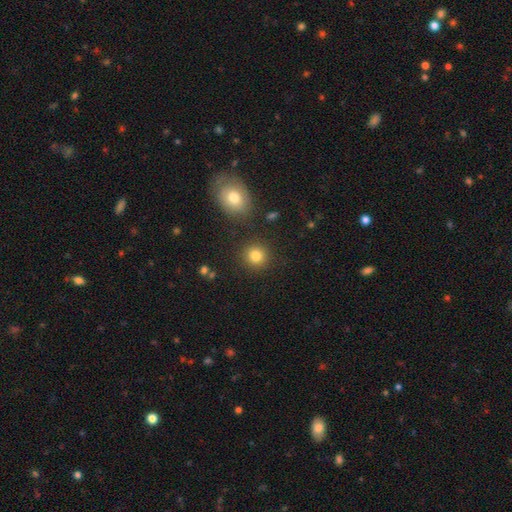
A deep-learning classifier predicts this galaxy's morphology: A smooth galaxy with no disk features (83%) that is round (90%). Merging: none (87%).